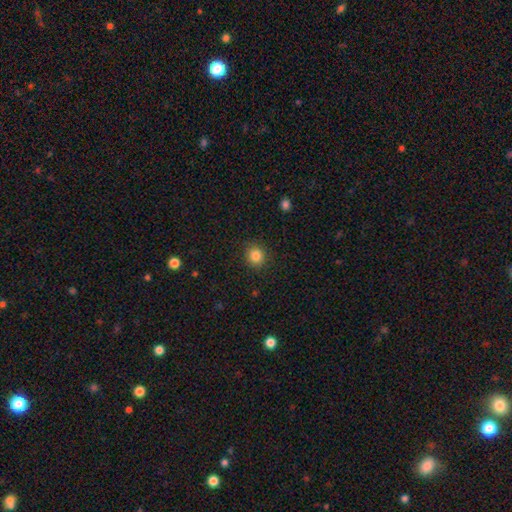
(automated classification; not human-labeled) The model was most divided on "smooth or featured": smooth: 84%, star or artifact: 11%, featured or disk: 5%. More confident: merging — none (89%); how rounded — round (87%).